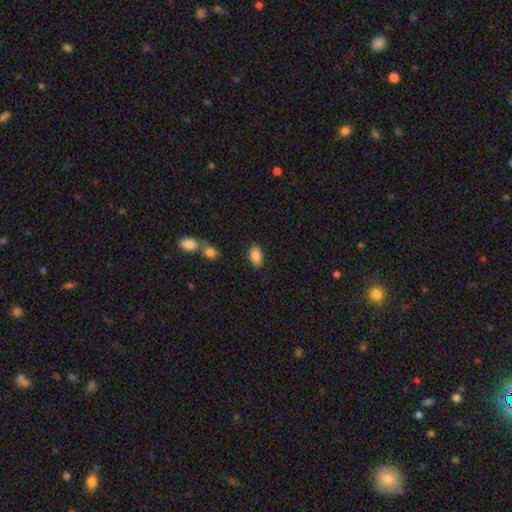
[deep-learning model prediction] Smooth or featured? smooth (86%)
How rounded? in between (92%)
Merging? none (81%)